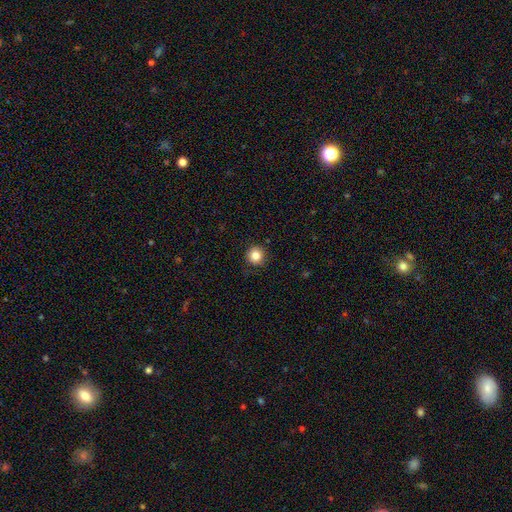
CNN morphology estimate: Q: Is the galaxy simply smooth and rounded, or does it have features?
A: smooth — 84%.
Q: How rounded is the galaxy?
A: round — 95%.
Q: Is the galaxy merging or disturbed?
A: none — 90%.